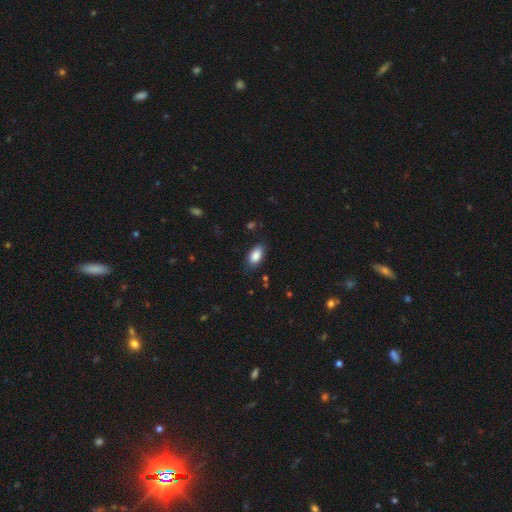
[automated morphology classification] type=smooth (86%); roundness=in between (92%); merging=none (78%).